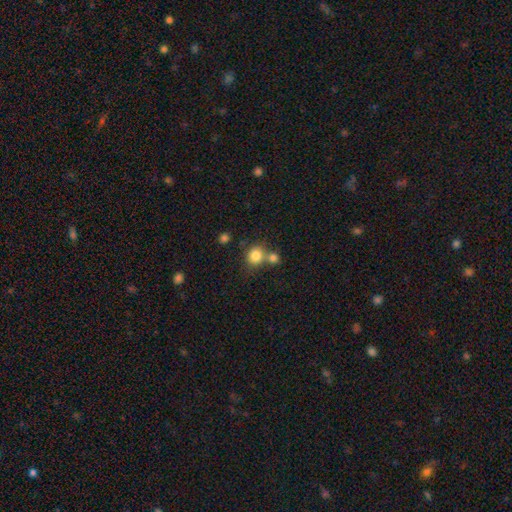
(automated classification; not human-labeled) smooth 82%, star or artifact 10%, featured or disk 7%. Down the decision tree: how rounded — round (79%); merging — none (52%).